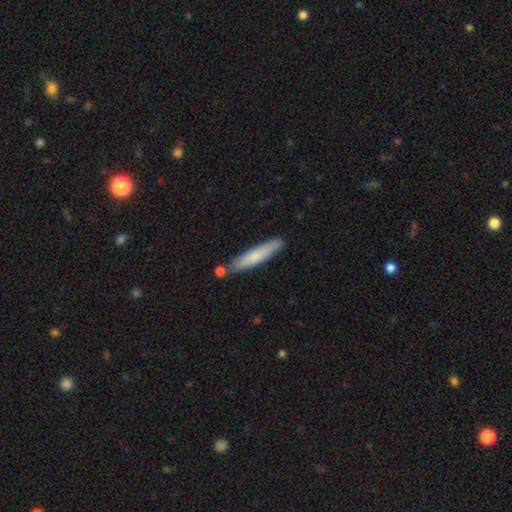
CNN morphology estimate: Smooth or featured? Predicted: smooth (p=0.71). How rounded? Predicted: cigar-shaped (p=0.90). Merging? Predicted: none (p=0.79).